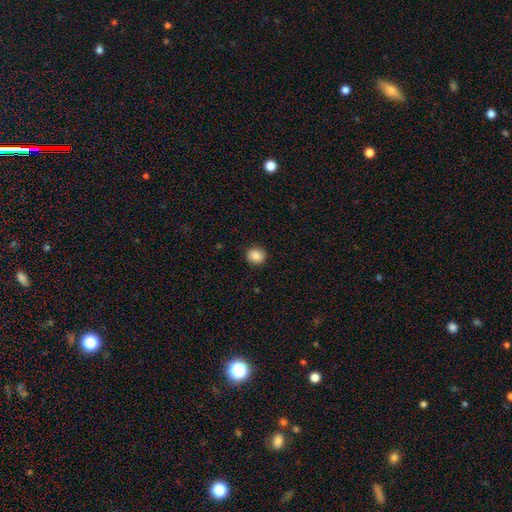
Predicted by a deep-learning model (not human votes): Q: Smooth or featured?
A: smooth (87%); runner-up: star or artifact (9%)
Q: How rounded?
A: round (77%); runner-up: in between (22%)
Q: Merging?
A: none (90%); runner-up: minor disturbance (7%)